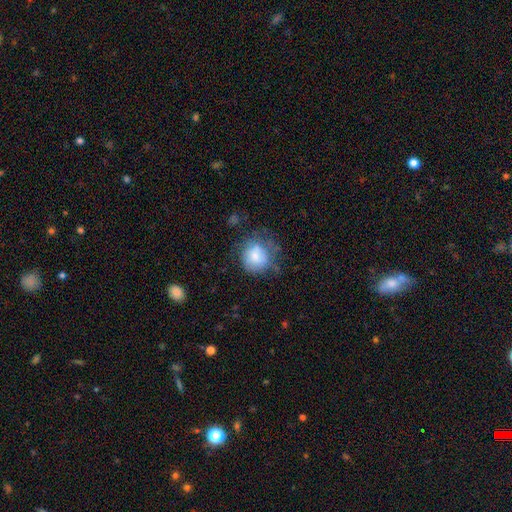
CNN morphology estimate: A smooth galaxy with no disk features (69%) that is round (83%). Merging: none (48%).